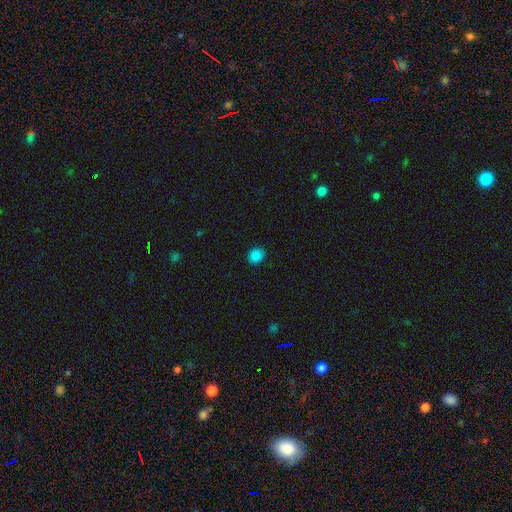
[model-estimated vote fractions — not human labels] smooth-or-featured: smooth: 85% | star or artifact: 11% | featured or disk: 3%
  how-rounded: round: 67% | in between: 32% | cigar-shaped: 1%
  merging: none: 90% | minor disturbance: 7% | major disturbance: 2% | merger: 1%